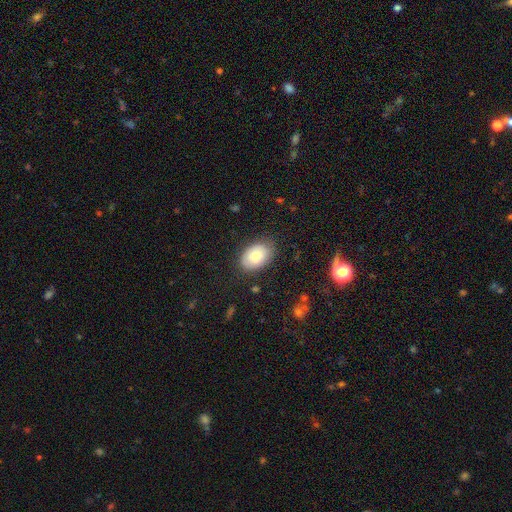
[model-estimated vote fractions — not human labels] A smooth galaxy with no disk features (75%) that is in between round and cigar-shaped (84%). Merging: none (80%).